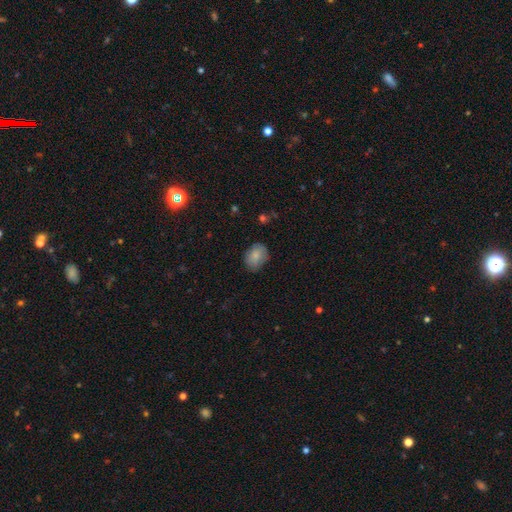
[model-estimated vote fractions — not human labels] Q: Smooth or featured?
A: smooth (83%); runner-up: featured or disk (9%)
Q: How rounded?
A: in between (66%); runner-up: round (33%)
Q: Merging?
A: none (75%); runner-up: minor disturbance (20%)